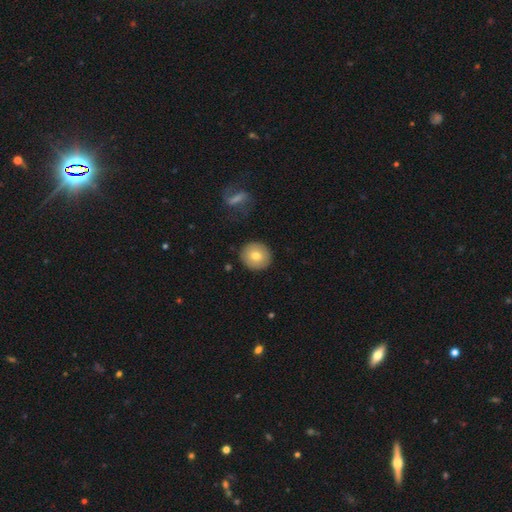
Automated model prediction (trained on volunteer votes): This appears to be a smooth galaxy with no disk features (75%) that is round (92%). Merging: none (89%).